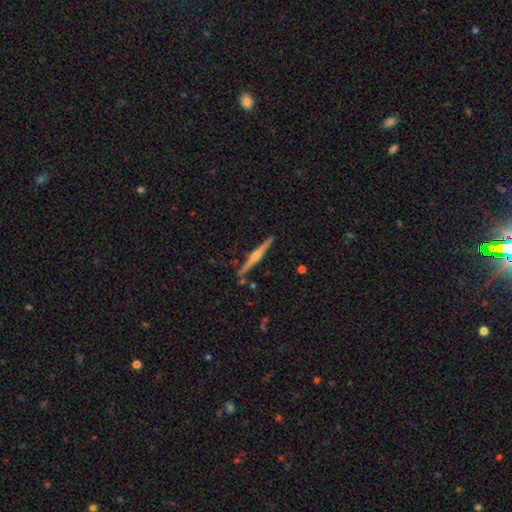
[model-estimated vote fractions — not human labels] Smooth or featured: featured or disk — 78% (smooth — 16%)
Edge-on disk: yes — 98% (no — 2%)
Edge-on bulge: rounded — 90% (none — 6%)
Merging: none — 88% (minor disturbance — 8%)